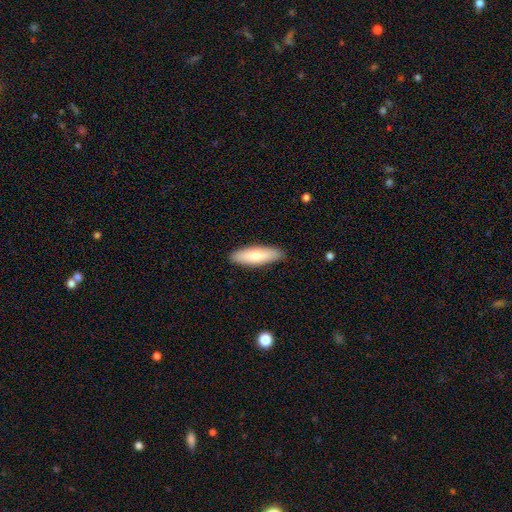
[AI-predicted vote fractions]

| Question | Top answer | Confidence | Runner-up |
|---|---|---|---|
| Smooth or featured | smooth | 78% | featured or disk (16%) |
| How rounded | cigar-shaped | 55% | in between (44%) |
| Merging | none | 89% | minor disturbance (9%) |